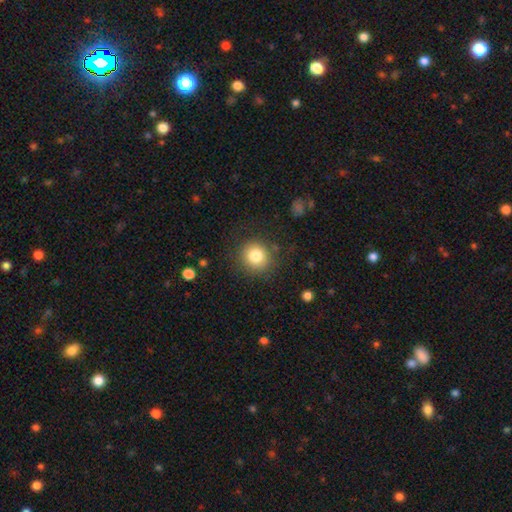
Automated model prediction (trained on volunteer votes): A smooth galaxy with no disk features (81%) that is round (91%). Merging: none (85%).